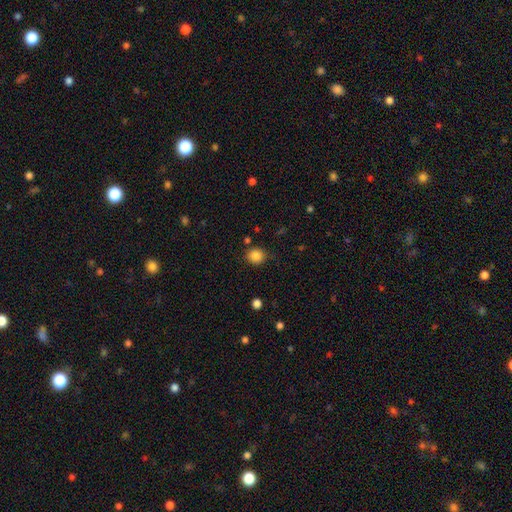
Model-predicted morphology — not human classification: smooth 86%, star or artifact 10%, featured or disk 4%. Down the decision tree: how rounded — round (82%); merging — none (83%).